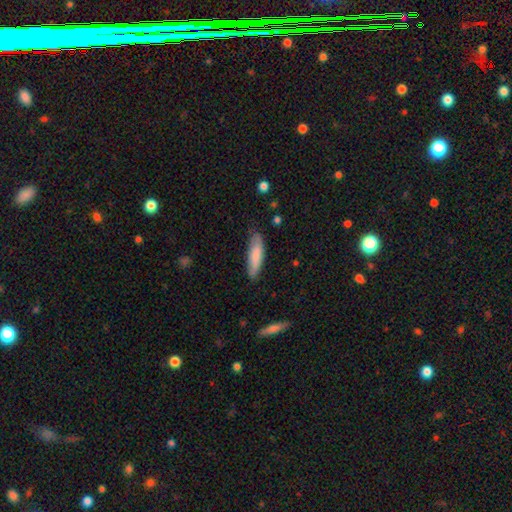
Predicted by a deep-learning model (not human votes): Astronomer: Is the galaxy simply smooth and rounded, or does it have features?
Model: smooth — 81%.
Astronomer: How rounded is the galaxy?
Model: cigar-shaped — 69%.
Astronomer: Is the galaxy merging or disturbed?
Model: none — 79%.